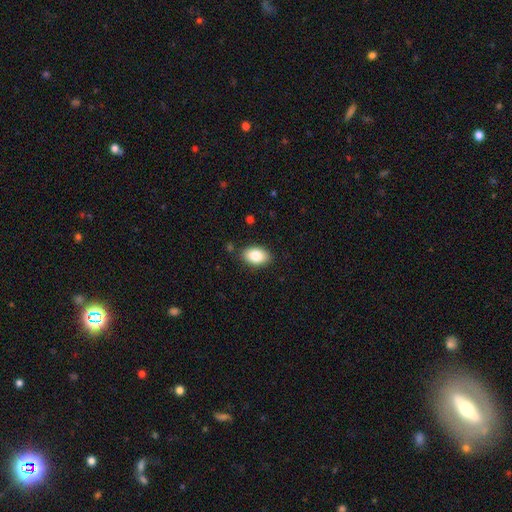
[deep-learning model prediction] Q: Smooth or featured?
A: smooth (84%); runner-up: featured or disk (9%)
Q: How rounded?
A: in between (90%); runner-up: round (9%)
Q: Merging?
A: none (86%); runner-up: minor disturbance (10%)